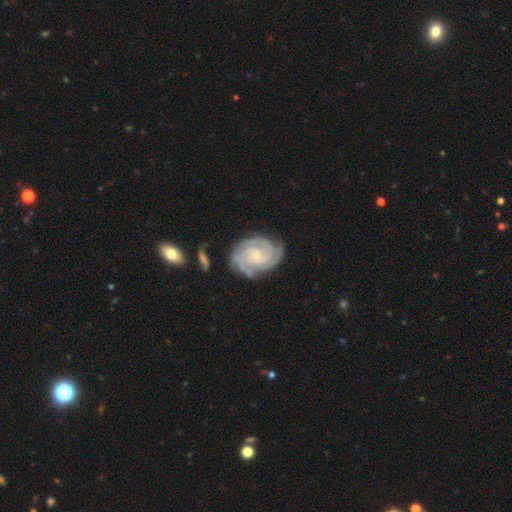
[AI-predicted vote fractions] Smooth or featured? Predicted: featured or disk (p=0.90). Edge-on disk? Predicted: no (p=0.98). Bar? Predicted: no (p=0.65). Spiral arms? Predicted: yes (p=0.98). Spiral winding? Predicted: tight (p=0.77). Spiral arm count? Predicted: 3 (p=0.34). Bulge size? Predicted: small (p=0.70). Merging? Predicted: none (p=0.74).